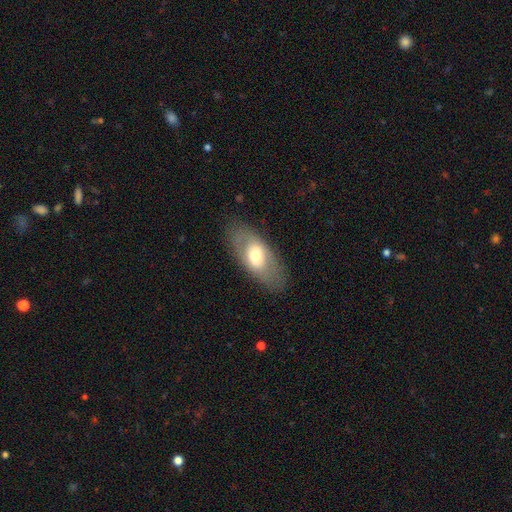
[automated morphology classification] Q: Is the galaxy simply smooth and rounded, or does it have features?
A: smooth — 55%.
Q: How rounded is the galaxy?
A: in between — 88%.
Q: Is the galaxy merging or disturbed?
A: none — 81%.